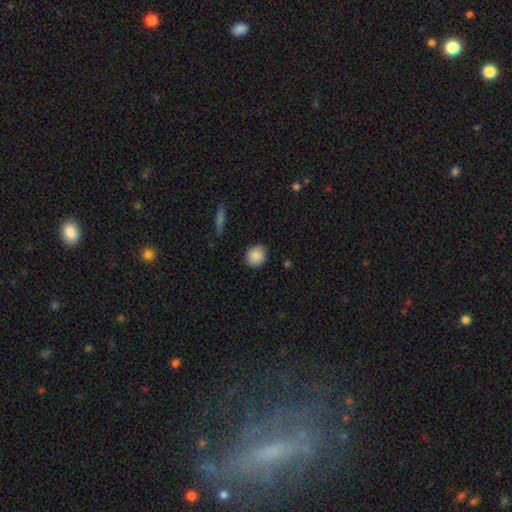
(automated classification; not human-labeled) Smooth or featured? smooth (88%)
How rounded? round (75%)
Merging? none (85%)